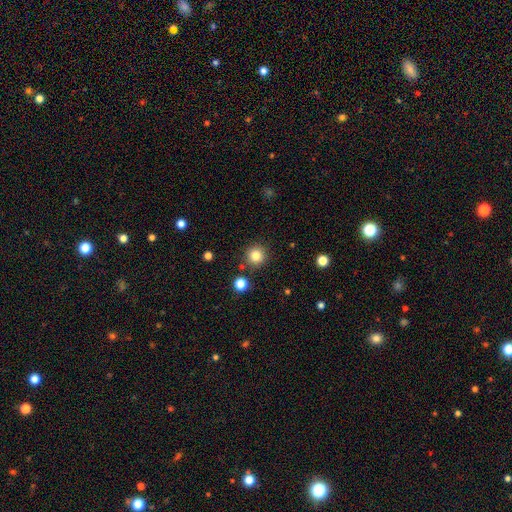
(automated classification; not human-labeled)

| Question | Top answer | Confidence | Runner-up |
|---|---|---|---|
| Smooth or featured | smooth | 83% | star or artifact (12%) |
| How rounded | round | 95% | in between (4%) |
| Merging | none | 88% | minor disturbance (6%) |